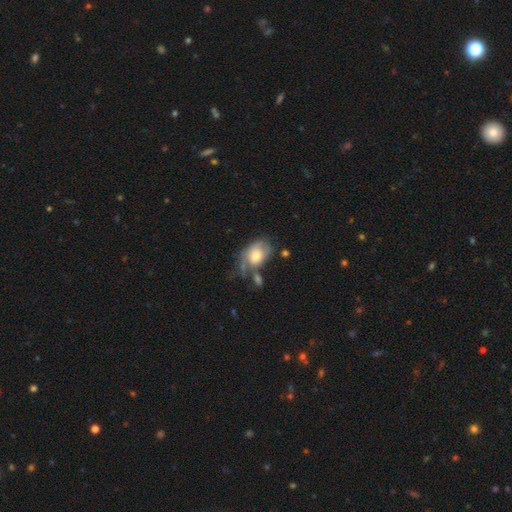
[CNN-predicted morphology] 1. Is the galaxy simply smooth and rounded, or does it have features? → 61% smooth, 31% featured or disk, 8% star or artifact.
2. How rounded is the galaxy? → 75% in between, 24% round, 1% cigar-shaped.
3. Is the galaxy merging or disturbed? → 27% none (tied), 27% major disturbance (tied), 25% minor disturbance, 21% merger.